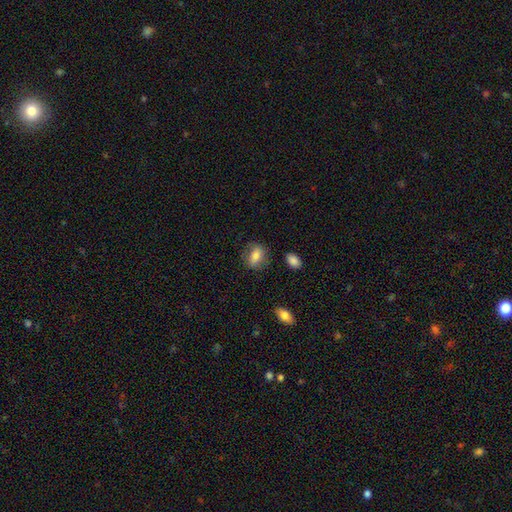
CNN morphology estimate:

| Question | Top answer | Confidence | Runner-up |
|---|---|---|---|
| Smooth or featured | smooth | 76% | featured or disk (16%) |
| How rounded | in between | 71% | round (24%) |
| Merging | none | 76% | minor disturbance (16%) |